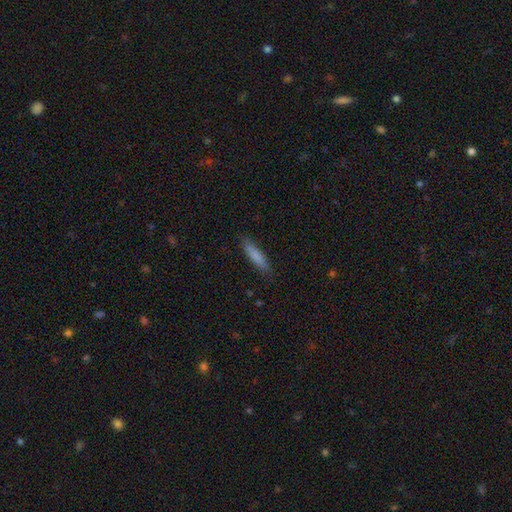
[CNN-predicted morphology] type=smooth (82%); roundness=cigar-shaped (84%); merging=none (87%).